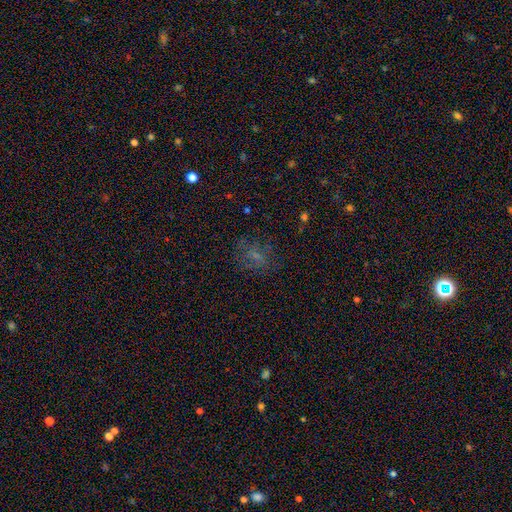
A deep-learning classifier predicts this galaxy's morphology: A smooth galaxy with no disk features (47%).

Vote fractions:
- Smooth or featured? smooth: 47% / star or artifact: 29% / featured or disk: 24%
- Merging? none: 67% / minor disturbance: 17% / major disturbance: 13% / merger: 2%